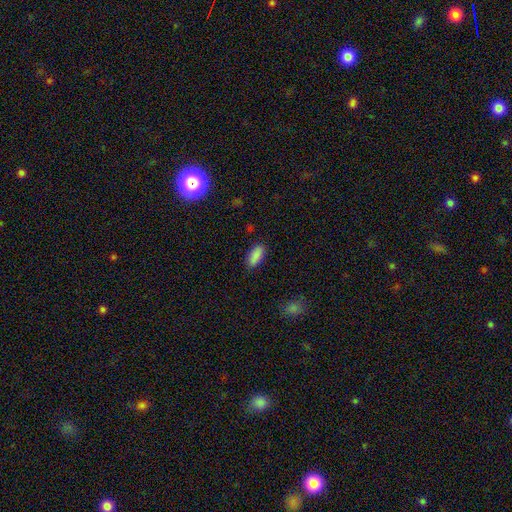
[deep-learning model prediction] Smooth or featured?
  - smooth: 88% *
  - star or artifact: 8%
  - featured or disk: 4%
How rounded?
  - in between: 85% *
  - cigar-shaped: 13%
  - round: 2%
Merging?
  - none: 86% *
  - minor disturbance: 11%
  - major disturbance: 2%
  - merger: 1%